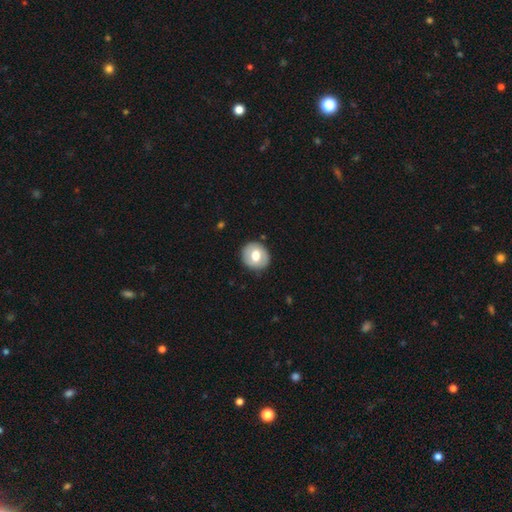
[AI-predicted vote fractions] Overall: smooth (65%; featured or disk 29%). How rounded: round (80%). Merging: none (88%).